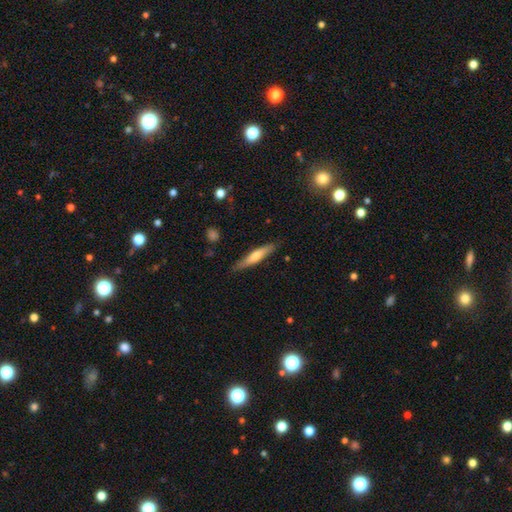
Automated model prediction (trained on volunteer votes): This is possibly a smooth galaxy (52%). How rounded: clearly cigar-shaped (89%). Merging: clearly none (85%).